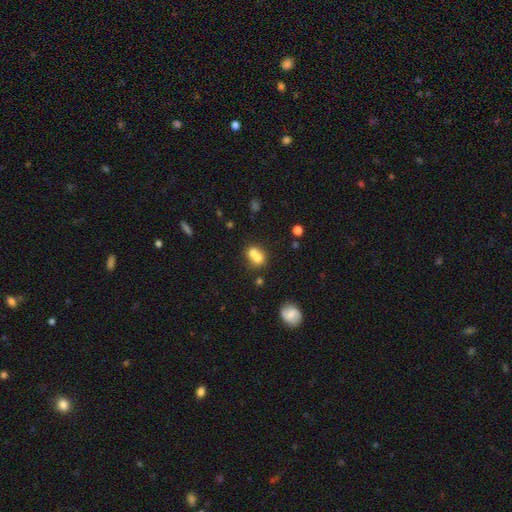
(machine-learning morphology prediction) This is likely a smooth galaxy (70%). How rounded: likely round (64%). Merging: likely merger (66%).